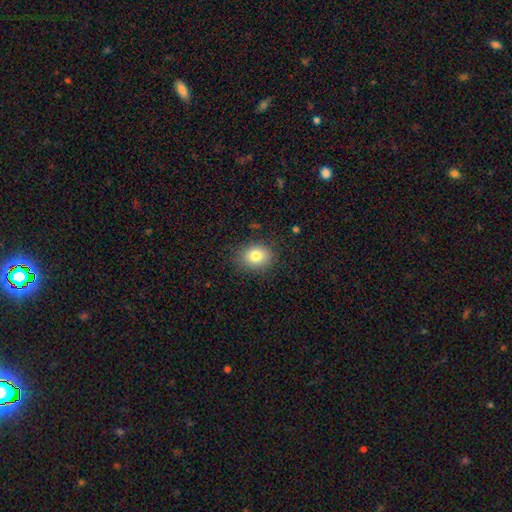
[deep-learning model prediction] Q: Smooth or featured?
A: smooth (81%); runner-up: star or artifact (11%)
Q: How rounded?
A: round (55%); runner-up: in between (44%)
Q: Merging?
A: none (85%); runner-up: minor disturbance (11%)